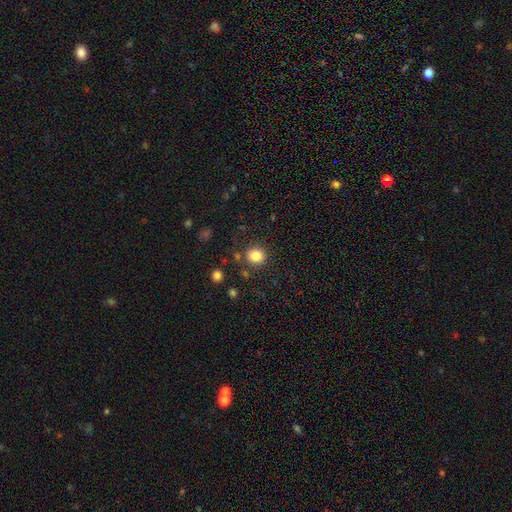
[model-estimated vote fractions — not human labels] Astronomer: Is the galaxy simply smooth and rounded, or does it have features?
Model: smooth — 83%.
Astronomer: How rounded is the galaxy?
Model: round — 87%.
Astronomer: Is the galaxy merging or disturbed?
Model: none — 85%.